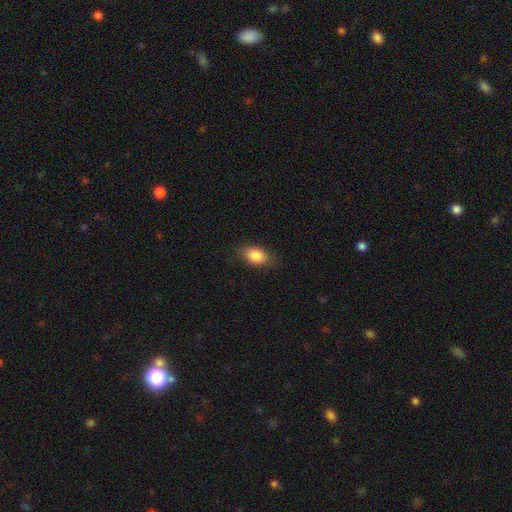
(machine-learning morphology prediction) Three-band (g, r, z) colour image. It shows a smooth galaxy with no disk features (87%) that is in between round and cigar-shaped (90%). Merging: none (82%).